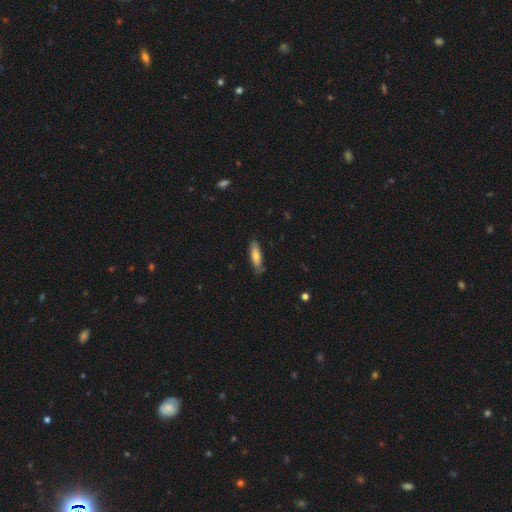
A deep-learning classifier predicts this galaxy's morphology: smooth 71%, featured or disk 22%, star or artifact 6%. Down the decision tree: how rounded — cigar-shaped (59%); merging — none (81%).